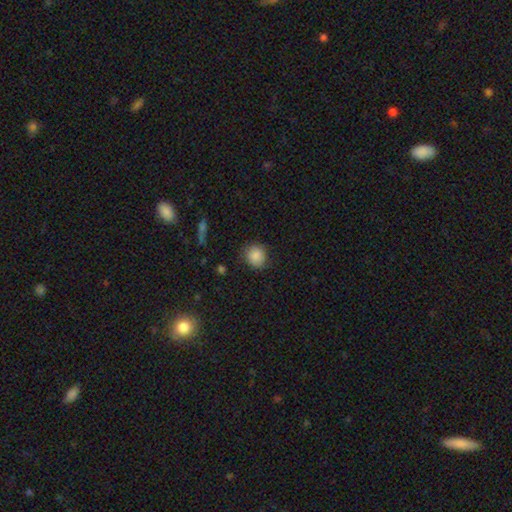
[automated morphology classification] smooth_or_featured: smooth (p=0.87) [alt: star or artifact p=0.09]
how_rounded: round (p=0.84) [alt: in between p=0.15]
merging: none (p=0.81) [alt: minor disturbance p=0.14]